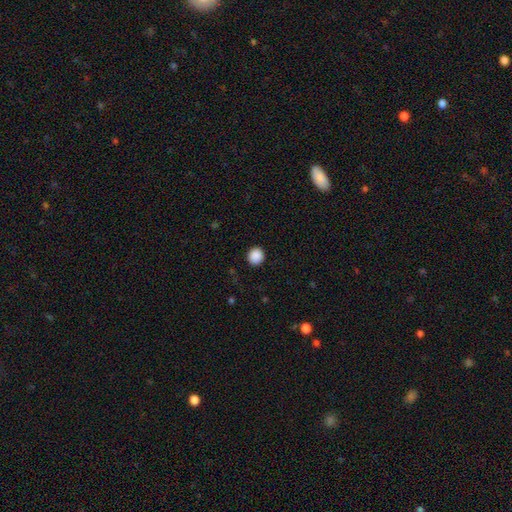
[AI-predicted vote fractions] Q: Smooth or featured?
A: smooth (89%); runner-up: star or artifact (9%)
Q: How rounded?
A: round (92%); runner-up: in between (7%)
Q: Merging?
A: none (92%); runner-up: minor disturbance (5%)